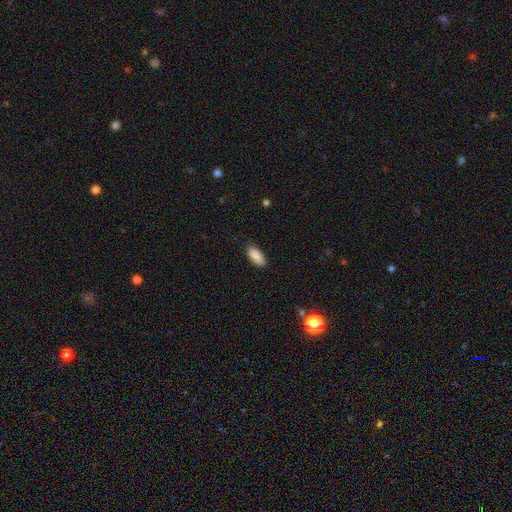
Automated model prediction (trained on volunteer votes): A smooth galaxy with no disk features (90%) that is in between round and cigar-shaped (87%). Merging: none (86%).